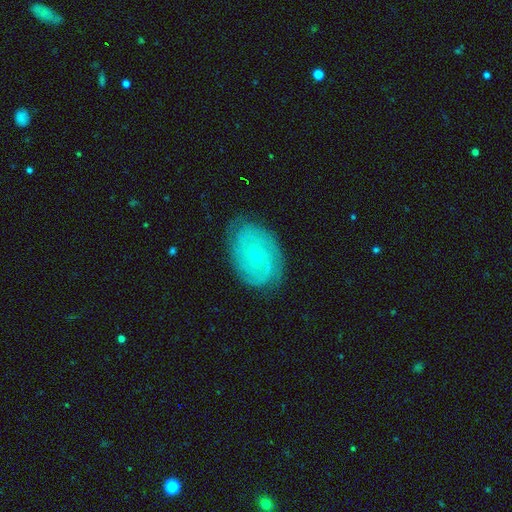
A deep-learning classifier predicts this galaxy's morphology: A featured or disk galaxy (72%) with no bar (79%), tight (72%) spiral arms (91%) and a small central bulge (87%). Merging: none (79%).